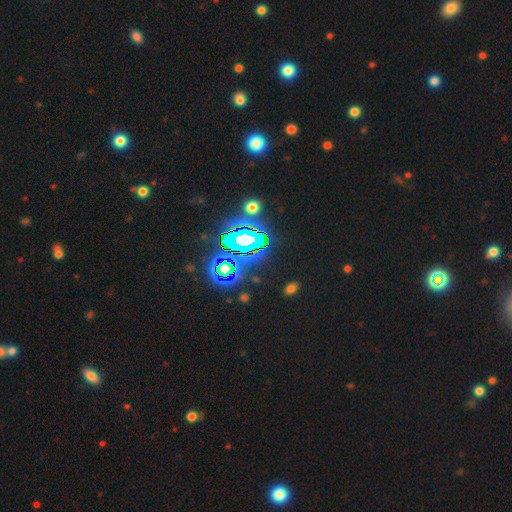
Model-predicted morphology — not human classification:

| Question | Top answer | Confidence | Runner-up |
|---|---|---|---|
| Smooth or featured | star or artifact | 82% | smooth (10%) |